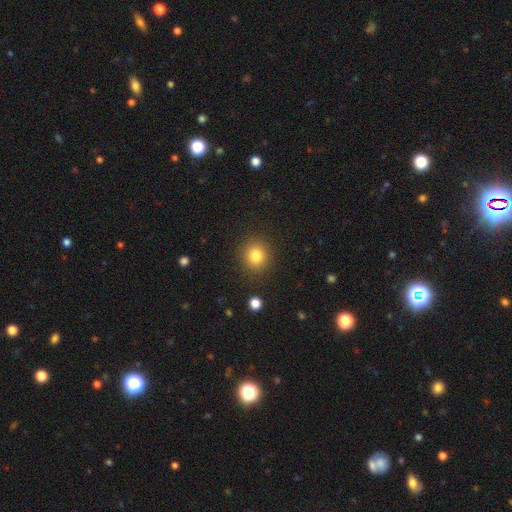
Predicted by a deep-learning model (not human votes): Q: Smooth or featured?
A: smooth (81%); runner-up: star or artifact (12%)
Q: How rounded?
A: round (88%); runner-up: in between (11%)
Q: Merging?
A: none (89%); runner-up: minor disturbance (7%)